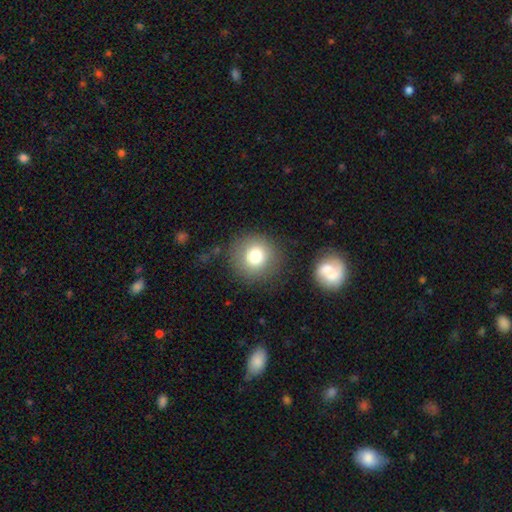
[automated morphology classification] Smooth or featured? smooth (77%)
How rounded? round (93%)
Merging? none (83%)